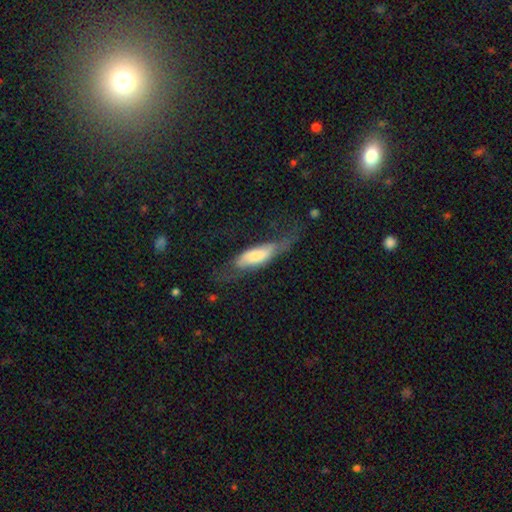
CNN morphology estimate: This appears to be a smooth galaxy with no disk features (54%) that is in between round and cigar-shaped (58%). Merging: none (40%).